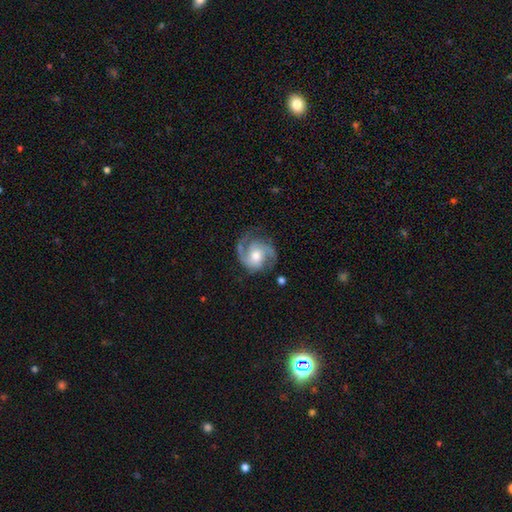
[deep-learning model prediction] featured or disk 86%, smooth 9%, star or artifact 5%. Down the decision tree: edge-on disk — no (98%); bar — no (61%); spiral arms — yes (97%); spiral arm count — 2 (83%); spiral winding — medium (53%); bulge size — moderate (66%); merging — none (73%).